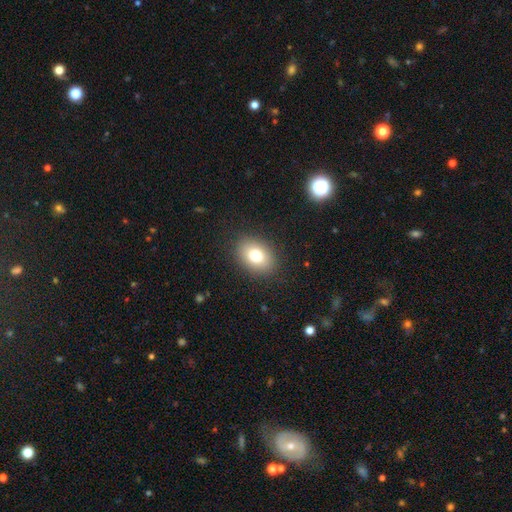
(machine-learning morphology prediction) Overall: smooth (78%). How rounded: in between (71%). Merging: none (88%).